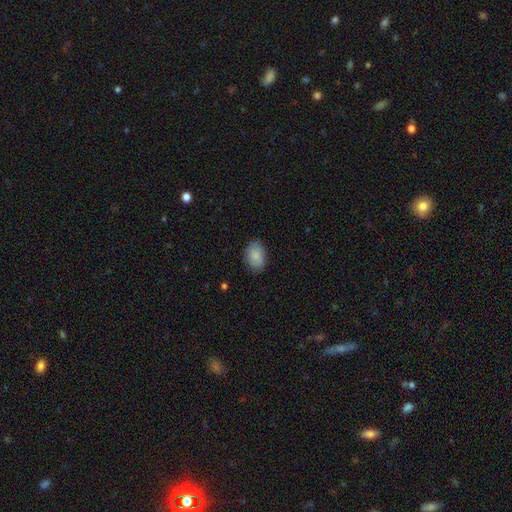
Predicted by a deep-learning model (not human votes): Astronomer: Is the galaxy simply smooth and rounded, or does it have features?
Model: smooth — 87%.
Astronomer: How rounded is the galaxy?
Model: in between — 83%.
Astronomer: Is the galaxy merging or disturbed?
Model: none — 84%.